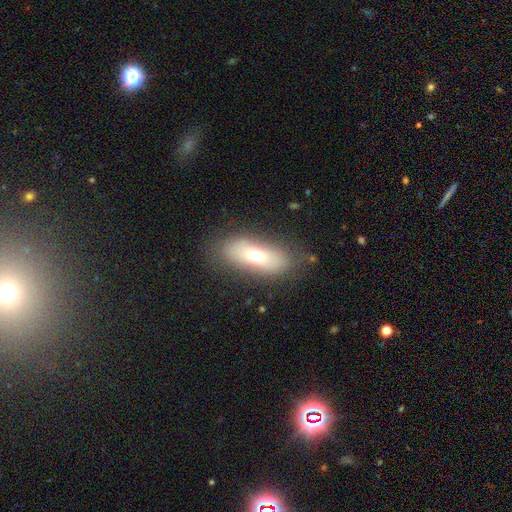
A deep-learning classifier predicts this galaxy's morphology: The model was most divided on "smooth or featured": smooth: 66%, featured or disk: 26%, star or artifact: 9%. More confident: merging — none (77%); how rounded — in between (73%).